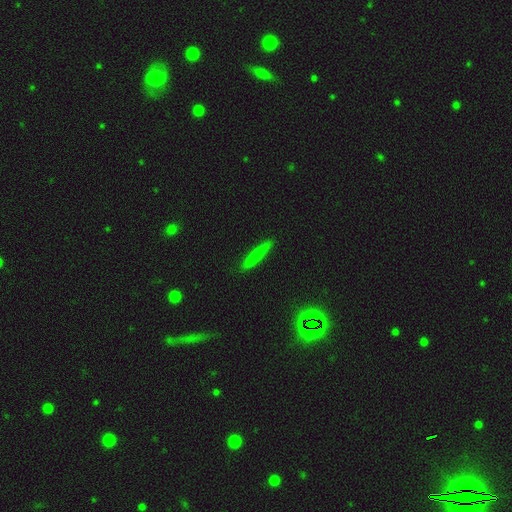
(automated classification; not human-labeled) Q: Smooth or featured?
A: smooth (74%); runner-up: featured or disk (18%)
Q: How rounded?
A: cigar-shaped (95%); runner-up: in between (4%)
Q: Merging?
A: none (89%); runner-up: minor disturbance (8%)